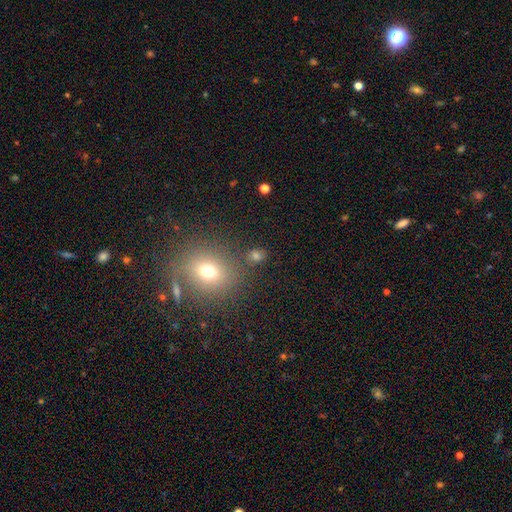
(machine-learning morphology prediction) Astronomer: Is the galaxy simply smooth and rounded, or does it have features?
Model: smooth — 67%.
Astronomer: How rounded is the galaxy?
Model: round — 62%.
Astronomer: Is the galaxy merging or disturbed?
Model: none — 75%.